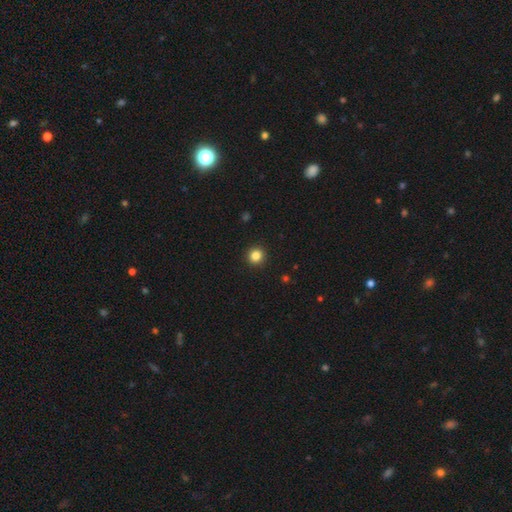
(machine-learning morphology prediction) A smooth galaxy with no disk features (84%) that is round (93%). Merging: none (93%).